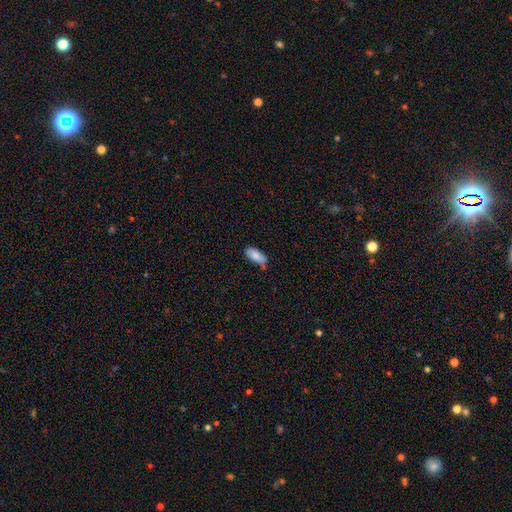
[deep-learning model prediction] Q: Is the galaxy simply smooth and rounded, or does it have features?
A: smooth — 84%.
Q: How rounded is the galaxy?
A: in between — 85%.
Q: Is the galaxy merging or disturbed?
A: none — 56%.